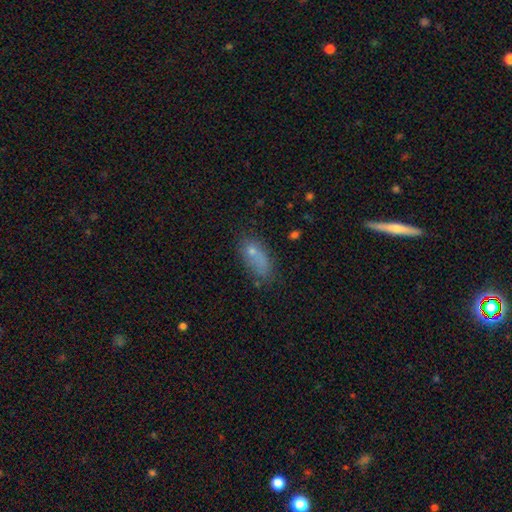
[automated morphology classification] Smooth or featured? smooth (69%)
How rounded? in between (84%)
Merging? none (43%)